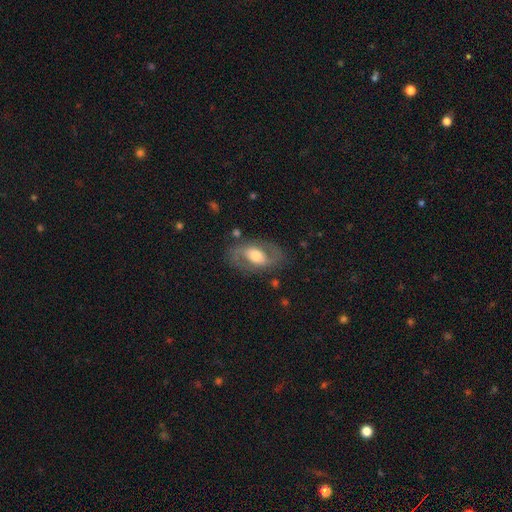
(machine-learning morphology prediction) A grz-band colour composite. It shows a featured or disk galaxy (74%) with a weak bar (38%), 2 (90%) medium (52%) spiral arms (83%) and a moderate central bulge (57%). Merging: none (78%).